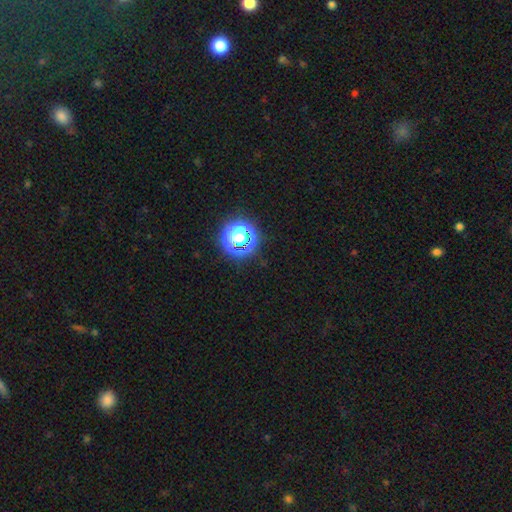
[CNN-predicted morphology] This appears to be a star or artifact, not a galaxy (73%).